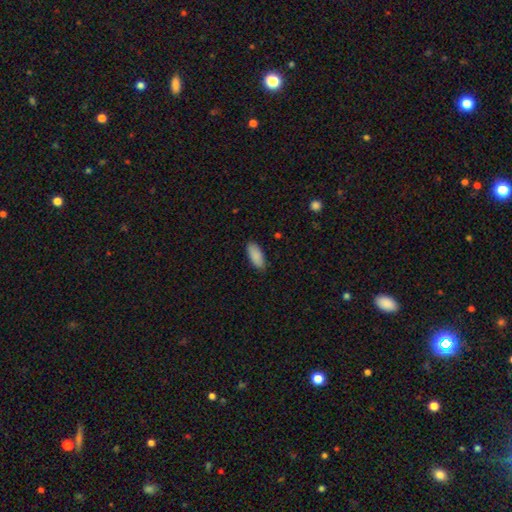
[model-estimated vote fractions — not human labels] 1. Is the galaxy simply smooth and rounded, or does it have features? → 89% smooth, 6% star or artifact, 5% featured or disk.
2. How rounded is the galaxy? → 87% in between, 11% cigar-shaped, 2% round.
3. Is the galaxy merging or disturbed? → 86% none, 11% minor disturbance, 2% major disturbance, 1% merger.